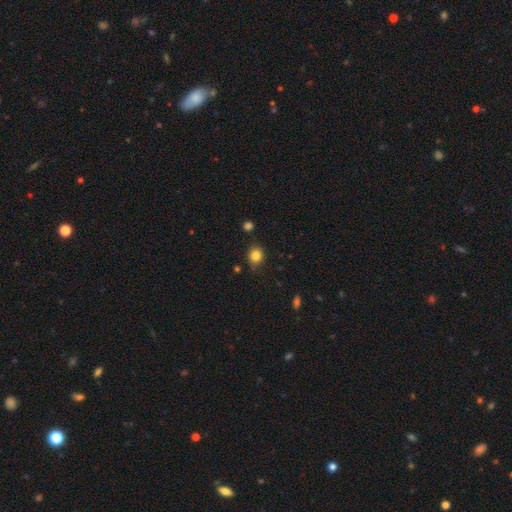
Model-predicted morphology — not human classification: Q: Smooth or featured?
A: smooth (83%); runner-up: star or artifact (11%)
Q: How rounded?
A: round (72%); runner-up: in between (27%)
Q: Merging?
A: none (76%); runner-up: minor disturbance (18%)